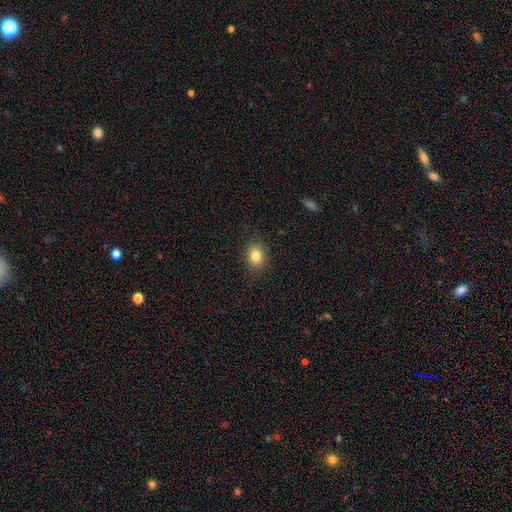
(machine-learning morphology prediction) type=smooth (84%); roundness=in between (58%); merging=none (88%).